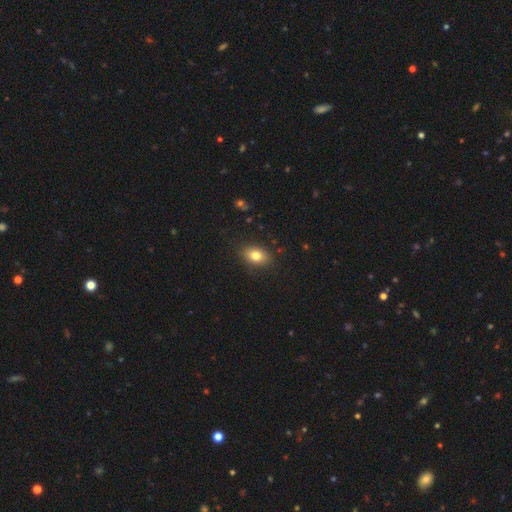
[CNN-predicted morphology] Smooth or featured?
  - smooth: 80% *
  - featured or disk: 10%
  - star or artifact: 10%
How rounded?
  - in between: 78% *
  - round: 20%
  - cigar-shaped: 2%
Merging?
  - none: 86% *
  - minor disturbance: 10%
  - major disturbance: 3%
  - merger: 1%